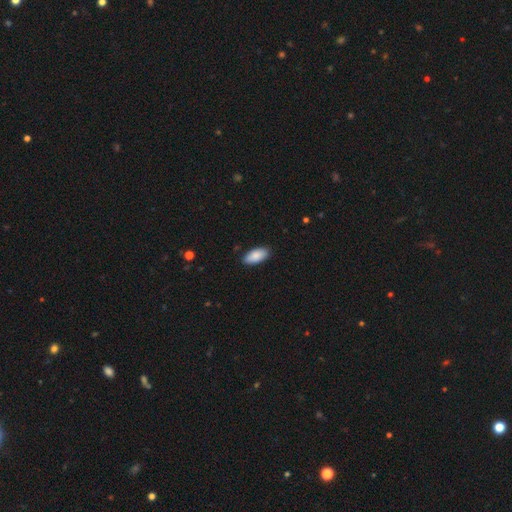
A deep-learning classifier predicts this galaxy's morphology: Smooth or featured?
  - smooth: 87% *
  - featured or disk: 7%
  - star or artifact: 6%
How rounded?
  - in between: 92% *
  - cigar-shaped: 6%
  - round: 2%
Merging?
  - none: 87% *
  - minor disturbance: 10%
  - major disturbance: 2%
  - merger: 1%